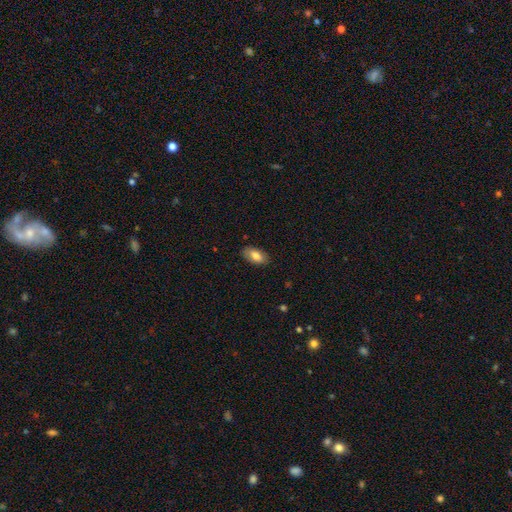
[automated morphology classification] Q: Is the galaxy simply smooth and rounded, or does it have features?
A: smooth — 80%.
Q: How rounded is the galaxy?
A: in between — 93%.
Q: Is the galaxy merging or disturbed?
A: none — 85%.